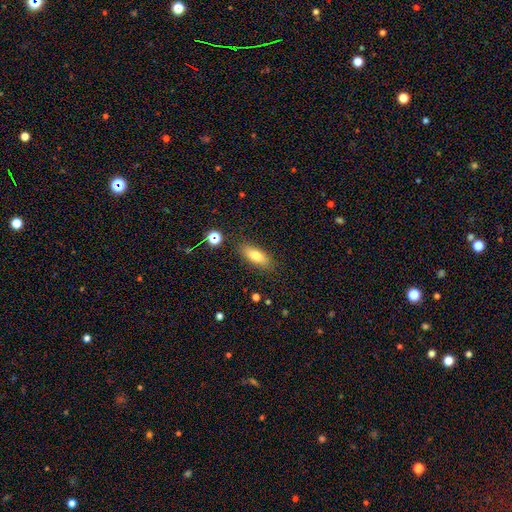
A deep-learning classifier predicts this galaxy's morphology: type=smooth (75%); roundness=in between (70%); merging=none (85%).